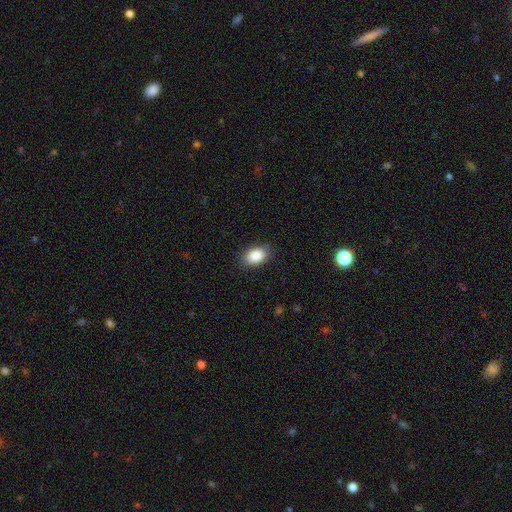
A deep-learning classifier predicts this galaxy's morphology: smooth 88%, star or artifact 7%, featured or disk 4%. Down the decision tree: how rounded — in between (88%); merging — none (86%).